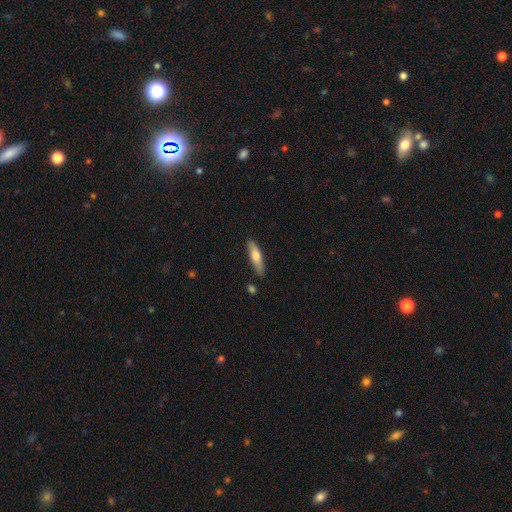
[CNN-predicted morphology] This appears to be a smooth galaxy with no disk features (66%) that is cigar-shaped (66%). Merging: none (82%).